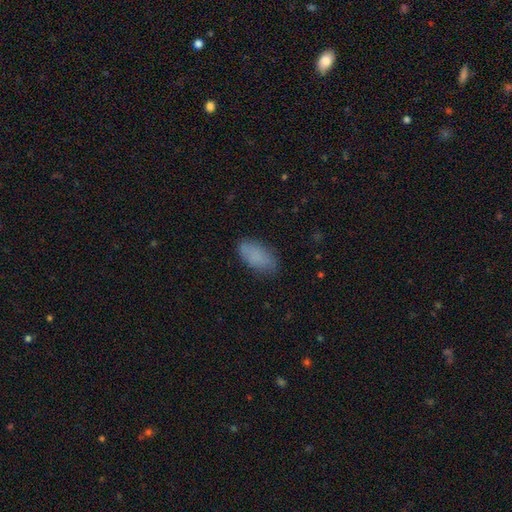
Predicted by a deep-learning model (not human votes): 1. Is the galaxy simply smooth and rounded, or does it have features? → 84% smooth, 8% featured or disk, 8% star or artifact.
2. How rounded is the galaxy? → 91% in between, 6% cigar-shaped, 3% round.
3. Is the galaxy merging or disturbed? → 77% none, 17% minor disturbance, 4% major disturbance, 1% merger.